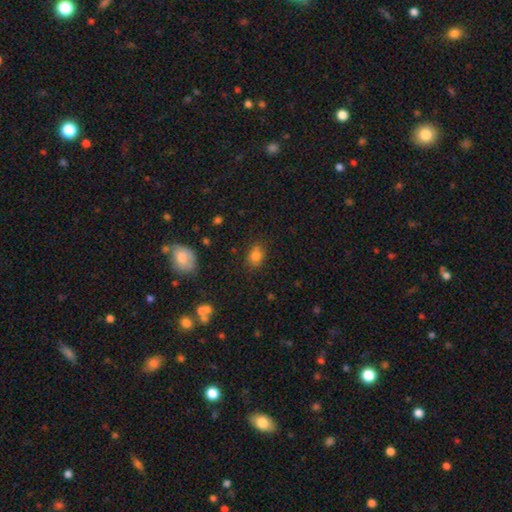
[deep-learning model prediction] Q: Smooth or featured?
A: smooth (80%); runner-up: star or artifact (12%)
Q: How rounded?
A: in between (57%); runner-up: round (42%)
Q: Merging?
A: none (80%); runner-up: minor disturbance (14%)